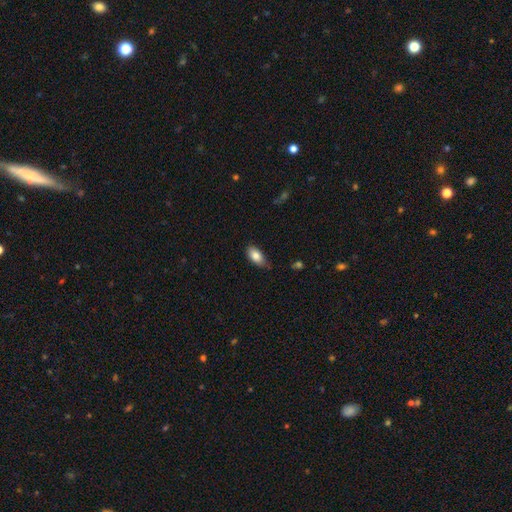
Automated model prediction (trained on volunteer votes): Overall: smooth (83%). How rounded: in between (92%). Merging: none (69%).